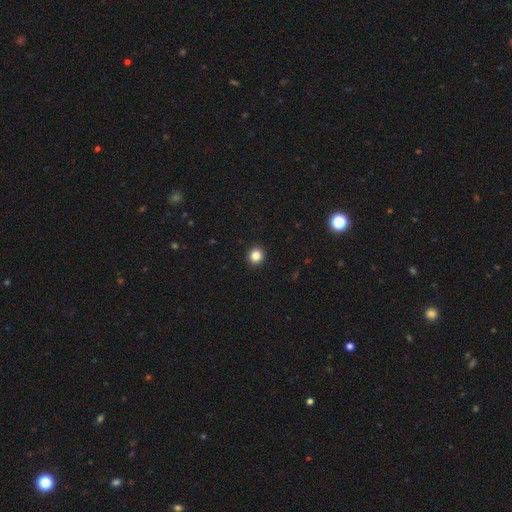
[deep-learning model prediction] smooth-or-featured: smooth: 85% | star or artifact: 11% | featured or disk: 4%
  how-rounded: round: 88% | in between: 11% | cigar-shaped: 1%
  merging: none: 93% | minor disturbance: 4% | major disturbance: 1% | merger: 1%